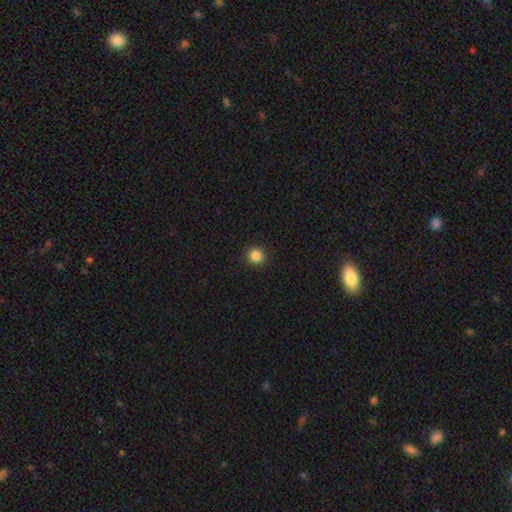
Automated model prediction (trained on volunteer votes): Overall: smooth (86%). How rounded: round (94%). Merging: none (93%).